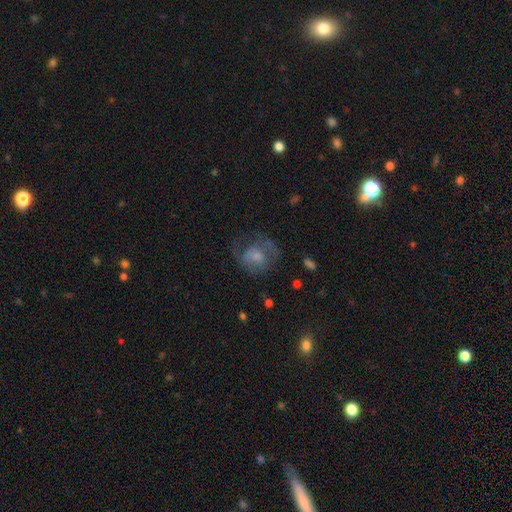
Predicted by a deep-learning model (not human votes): smooth_or_featured: smooth (p=0.51) [alt: featured or disk p=0.38]
how_rounded: round (p=0.66) [alt: in between p=0.33]
merging: none (p=0.44) [alt: major disturbance p=0.32]